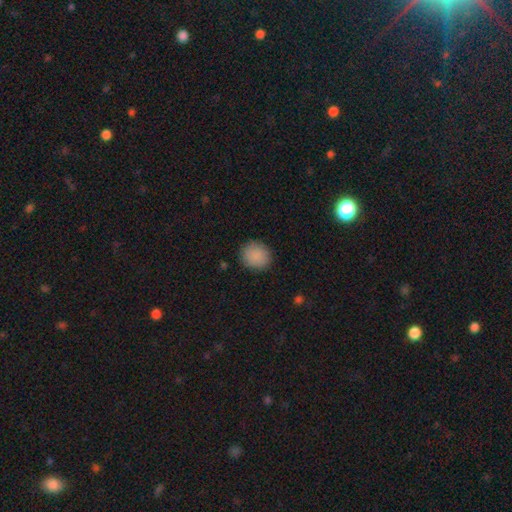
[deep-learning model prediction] smooth-or-featured: smooth: 88% | star or artifact: 8% | featured or disk: 4%
  how-rounded: round: 84% | in between: 15% | cigar-shaped: 1%
  merging: none: 88% | minor disturbance: 8% | major disturbance: 2% | merger: 1%